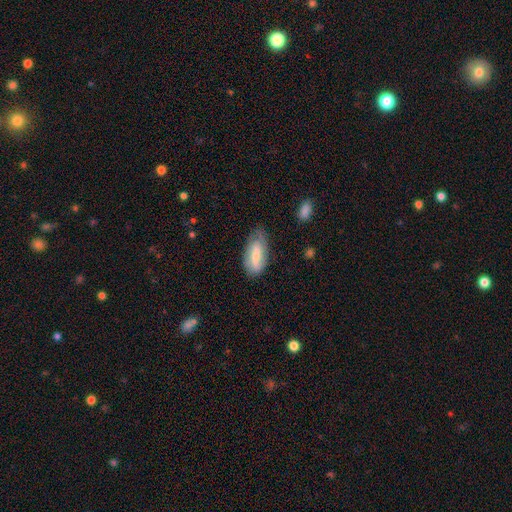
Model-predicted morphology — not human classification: Smooth or featured? Predicted: smooth (p=0.59). How rounded? Predicted: in between (p=0.84). Merging? Predicted: none (p=0.65).